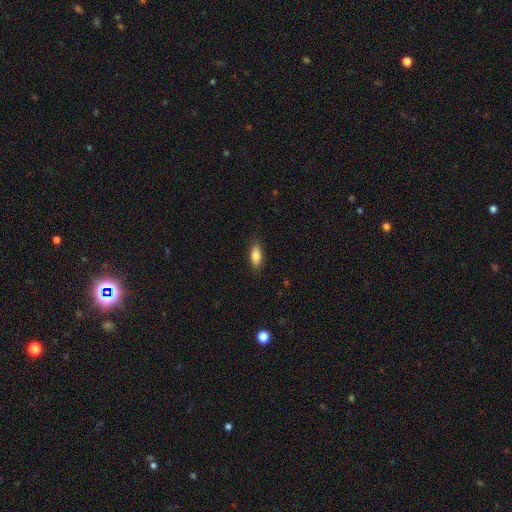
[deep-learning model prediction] This is likely a smooth galaxy (79%). How rounded: likely in between (76%). Merging: clearly none (86%).